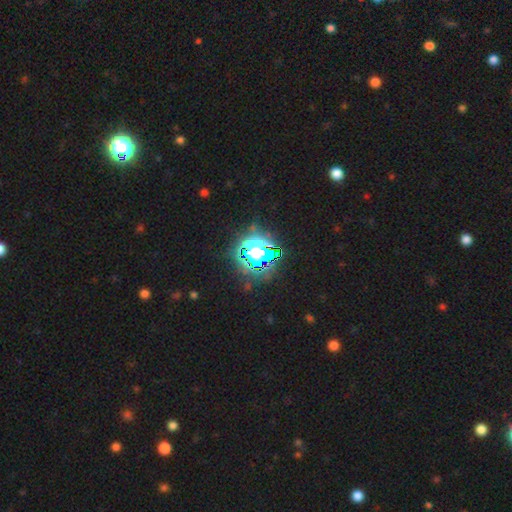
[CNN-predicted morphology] This appears to be a star or artifact, not a galaxy (82%).